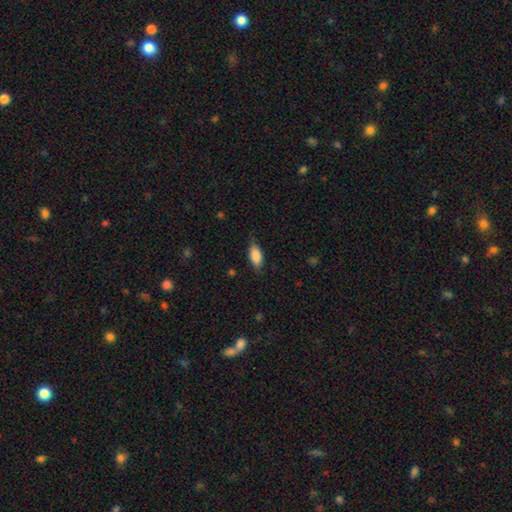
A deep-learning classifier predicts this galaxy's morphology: Q: Smooth or featured?
A: smooth (86%); runner-up: featured or disk (8%)
Q: How rounded?
A: in between (86%); runner-up: cigar-shaped (12%)
Q: Merging?
A: none (74%); runner-up: minor disturbance (21%)